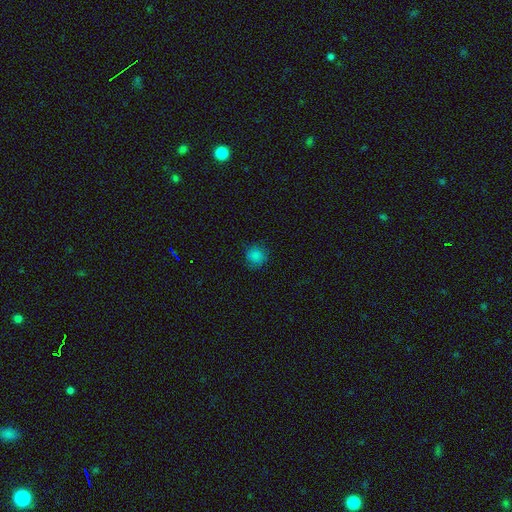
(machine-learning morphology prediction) Smooth or featured: smooth — 84% (star or artifact — 13%)
How rounded: round — 92% (in between — 7%)
Merging: none — 85% (minor disturbance — 11%)